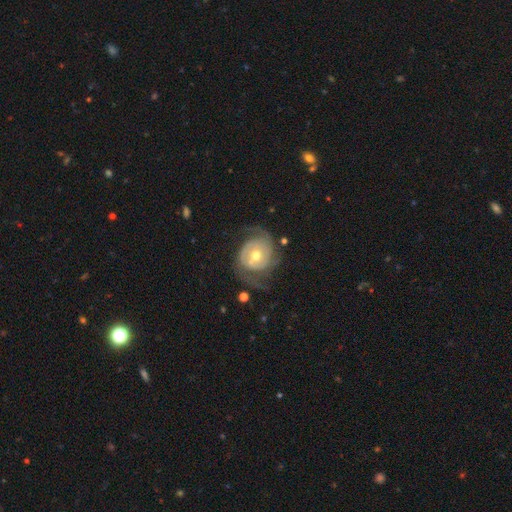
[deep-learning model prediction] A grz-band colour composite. It shows a featured or disk galaxy (79%) with no bar (75%), 2 (63%) tight (42%) spiral arms (89%) and a moderate central bulge (67%). Merging: none (52%).